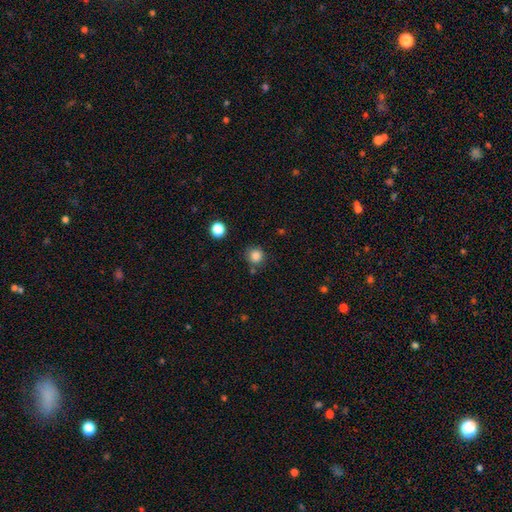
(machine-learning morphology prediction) Smooth or featured: smooth — 84% (star or artifact — 12%)
How rounded: round — 93% (in between — 6%)
Merging: none — 82% (minor disturbance — 10%)